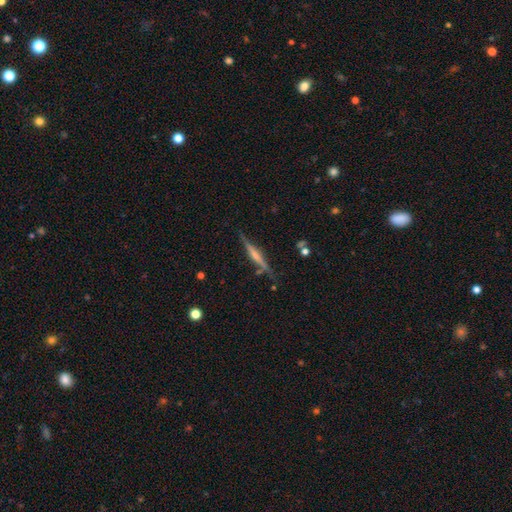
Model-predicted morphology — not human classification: Q: Smooth or featured?
A: featured or disk (68%); runner-up: smooth (25%)
Q: Edge-on disk?
A: yes (97%); runner-up: no (3%)
Q: Edge-on bulge?
A: rounded (52%); runner-up: none (30%)
Q: Merging?
A: none (84%); runner-up: minor disturbance (11%)